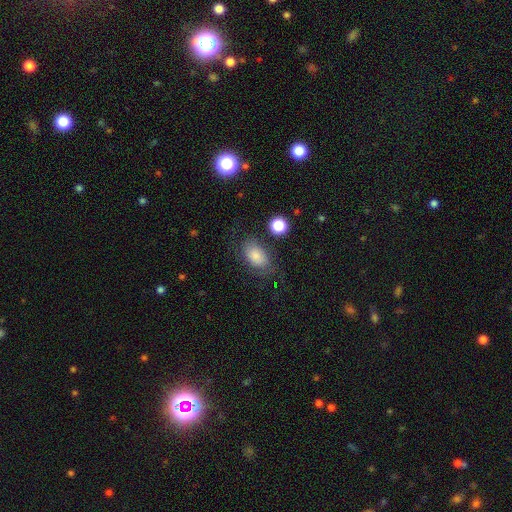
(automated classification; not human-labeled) smooth_or_featured: smooth (p=0.72) [alt: featured or disk p=0.16]
how_rounded: in between (p=0.87) [alt: round p=0.11]
merging: none (p=0.63) [alt: minor disturbance p=0.21]